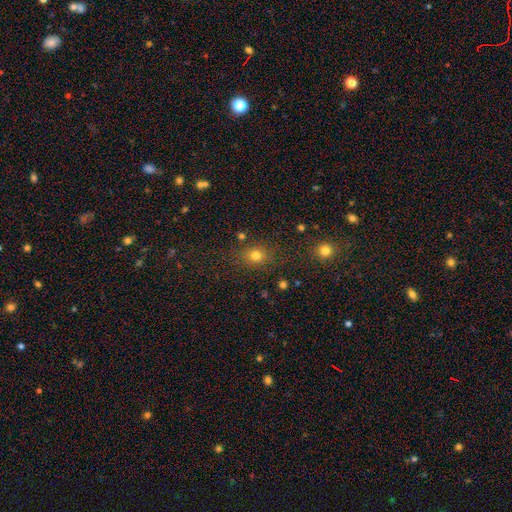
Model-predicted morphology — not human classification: This is likely a smooth galaxy (76%). How rounded: likely round (68%). Merging: clearly none (80%).